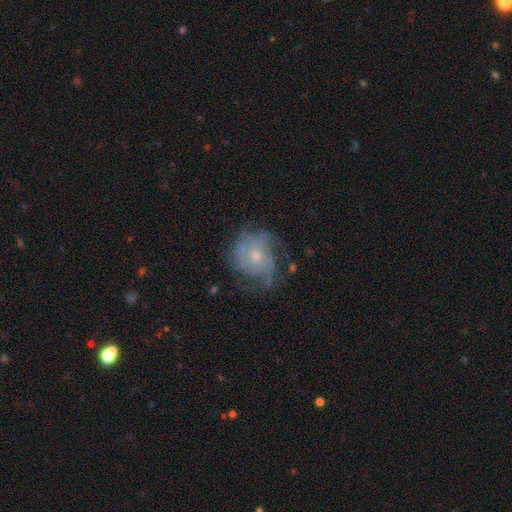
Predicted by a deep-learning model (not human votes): Smooth or featured? Predicted: featured or disk (p=0.68). Edge-on disk? Predicted: no (p=0.97). Bar? Predicted: no (p=0.82). Spiral arms? Predicted: yes (p=0.75). Spiral winding? Predicted: tight (p=0.45). Spiral arm count? Predicted: can't tell (p=0.45). Bulge size? Predicted: small (p=0.49). Merging? Predicted: none (p=0.52).